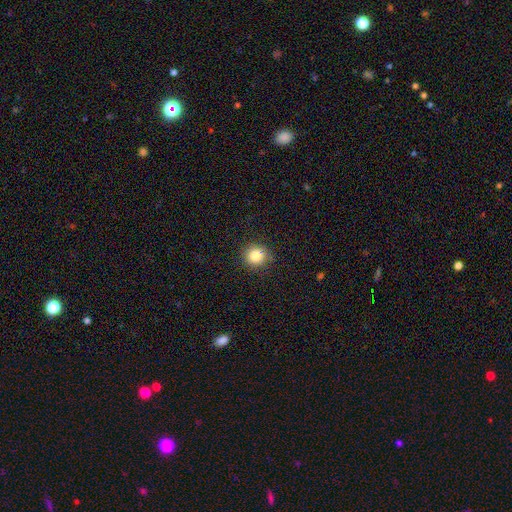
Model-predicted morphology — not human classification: type=smooth (83%); roundness=round (91%); merging=none (87%).